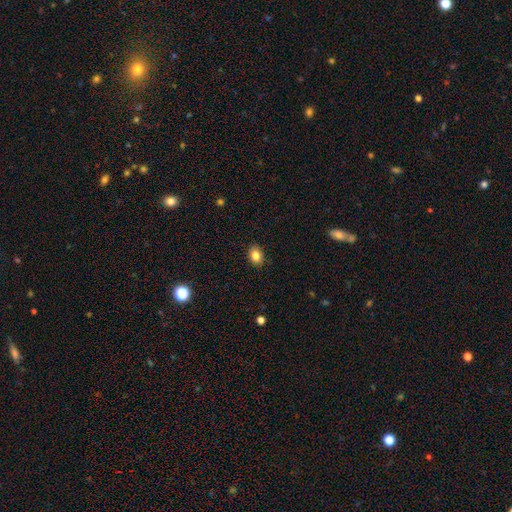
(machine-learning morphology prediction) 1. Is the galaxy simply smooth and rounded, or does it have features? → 83% smooth, 10% star or artifact, 7% featured or disk.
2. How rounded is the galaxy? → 66% in between, 33% round, 1% cigar-shaped.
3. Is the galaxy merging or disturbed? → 87% none, 10% minor disturbance, 2% major disturbance, 1% merger.